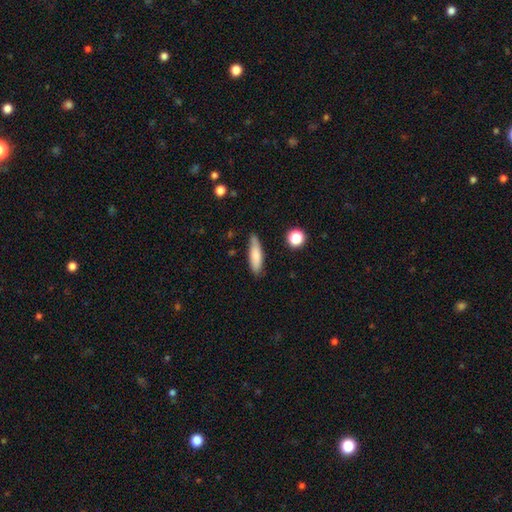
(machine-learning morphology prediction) Smooth or featured: smooth — 78% (featured or disk — 14%)
How rounded: cigar-shaped — 60% (in between — 38%)
Merging: none — 72% (minor disturbance — 22%)